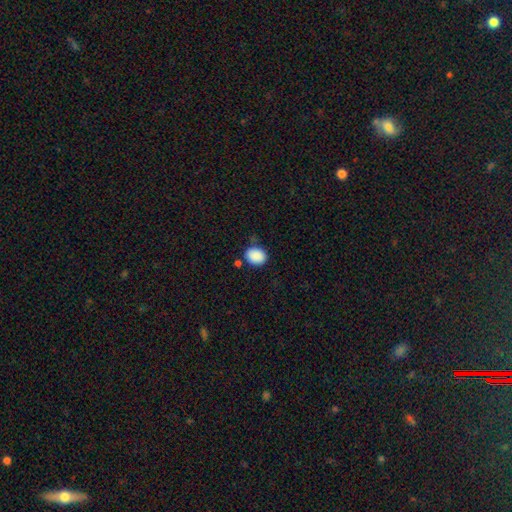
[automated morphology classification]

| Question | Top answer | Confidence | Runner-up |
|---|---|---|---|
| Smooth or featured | smooth | 89% | star or artifact (8%) |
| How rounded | in between | 55% | round (44%) |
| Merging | none | 75% | minor disturbance (16%) |